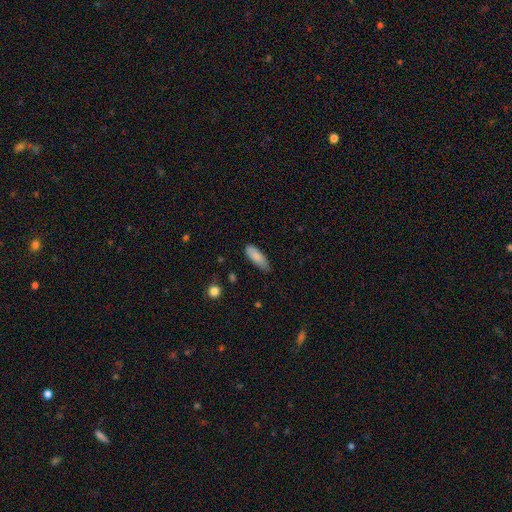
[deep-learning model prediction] smooth_or_featured: smooth (p=0.86) [alt: featured or disk p=0.08]
how_rounded: in between (p=0.69) [alt: cigar-shaped p=0.30]
merging: none (p=0.66) [alt: minor disturbance p=0.28]